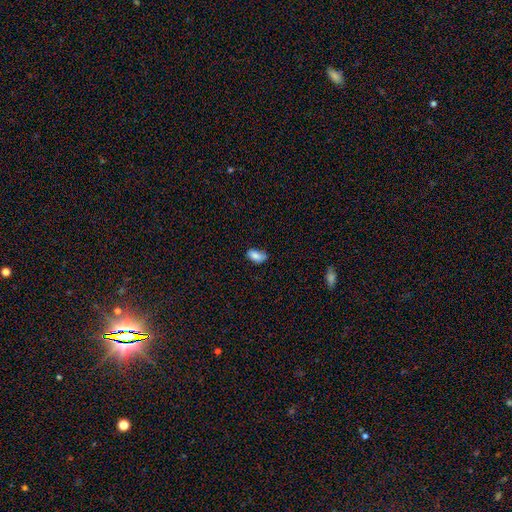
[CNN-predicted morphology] smooth-or-featured: smooth: 83% | featured or disk: 10% | star or artifact: 8%
  how-rounded: in between: 92% | round: 5% | cigar-shaped: 3%
  merging: none: 67% | minor disturbance: 27% | major disturbance: 5% | merger: 2%